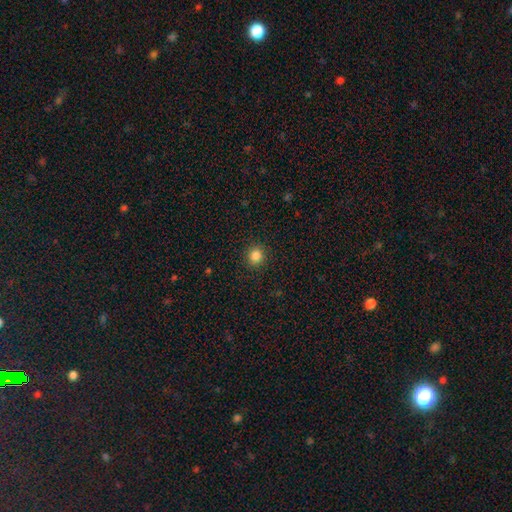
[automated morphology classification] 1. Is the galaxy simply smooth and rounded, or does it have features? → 85% smooth, 11% star or artifact, 4% featured or disk.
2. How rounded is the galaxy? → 89% round, 11% in between, 1% cigar-shaped.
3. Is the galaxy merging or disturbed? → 91% none, 6% minor disturbance, 2% major disturbance, 1% merger.